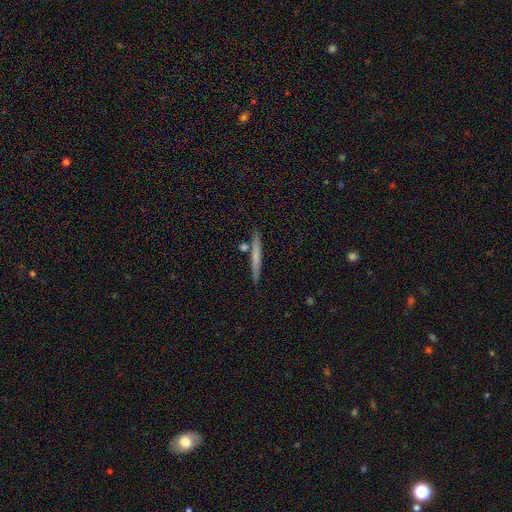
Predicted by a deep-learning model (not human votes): Smooth or featured? smooth (60%)
How rounded? cigar-shaped (96%)
Merging? none (84%)